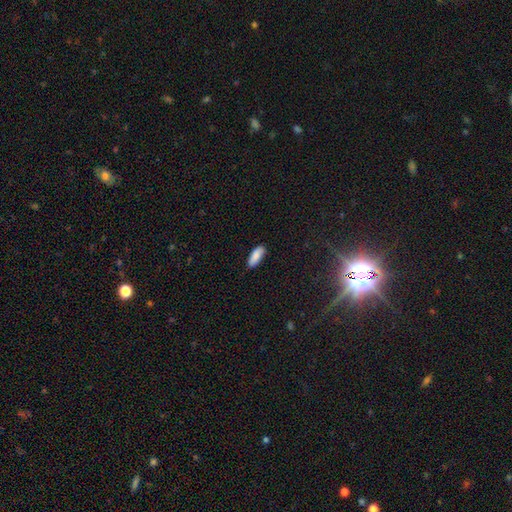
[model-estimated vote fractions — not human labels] Morphology: type=smooth (87%); roundness=in between (73%); merging=none (84%).